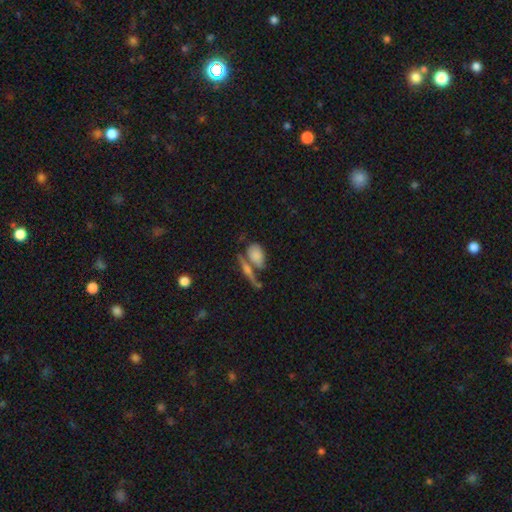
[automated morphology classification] Overall: smooth (70%). How rounded: in between (71%). Merging: none (44%; merger 32%).